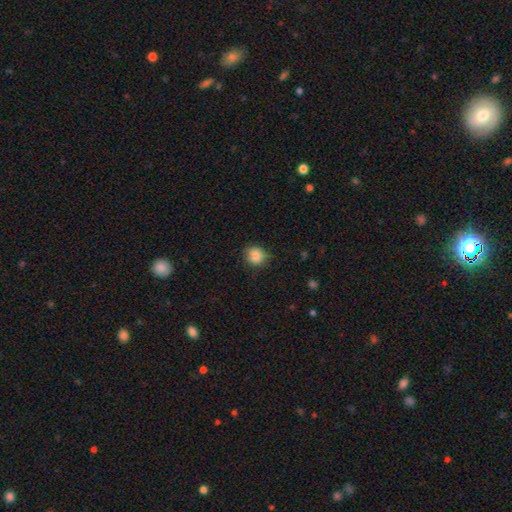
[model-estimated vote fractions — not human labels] The model was most divided on "how rounded": round: 72%, in between: 27%, cigar-shaped: 1%. More confident: smooth or featured — smooth (87%); merging — none (77%).